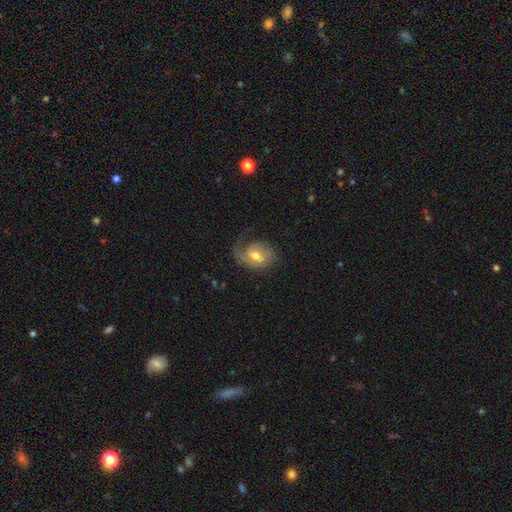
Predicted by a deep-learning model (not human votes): smooth-or-featured: featured or disk: 64% | smooth: 30% | star or artifact: 6%
  disk-edge-on: no: 96% | yes: 4%
    bar: no: 54% | weak: 36% | strong: 10%
    has-spiral-arms: yes: 87% | no: 13%
      spiral-winding: medium: 37% | loose: 32% | tight: 31%
      spiral-arm-count: 1: 60% | 2: 28% | can't tell: 8% | 3: 2% | 4: 1% | more than 4: 1%
    bulge-size: moderate: 72% | small: 19% | large: 7% | none: 1% | dominant: 1%
  merging: none: 51% | minor disturbance: 24% | major disturbance: 24% | merger: 2%